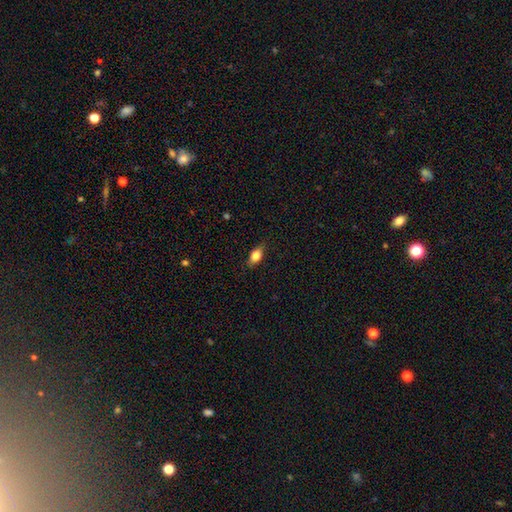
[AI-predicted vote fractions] Morphology: type=smooth (79%); roundness=in between (83%); merging=none (82%).